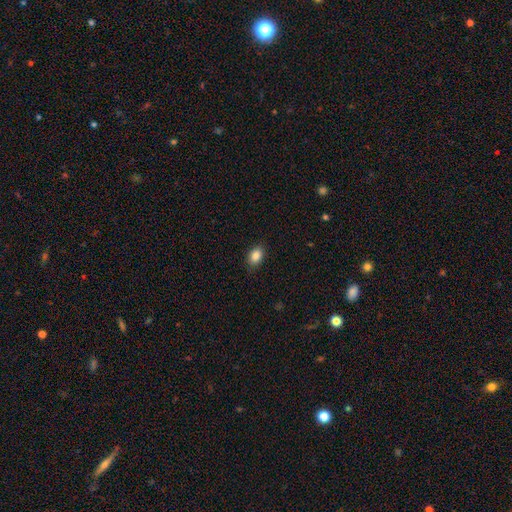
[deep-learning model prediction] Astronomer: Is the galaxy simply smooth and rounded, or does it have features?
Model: smooth — 87%.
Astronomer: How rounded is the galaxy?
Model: in between — 82%.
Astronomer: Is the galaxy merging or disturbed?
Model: none — 86%.